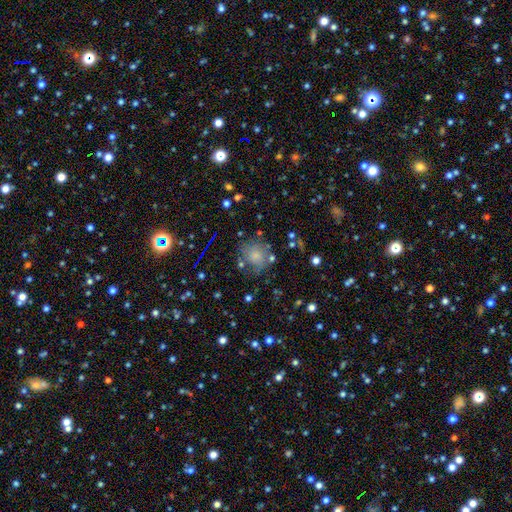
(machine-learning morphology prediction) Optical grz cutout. It shows a smooth galaxy with no disk features (69%) that is round (80%). Merging: none (66%).